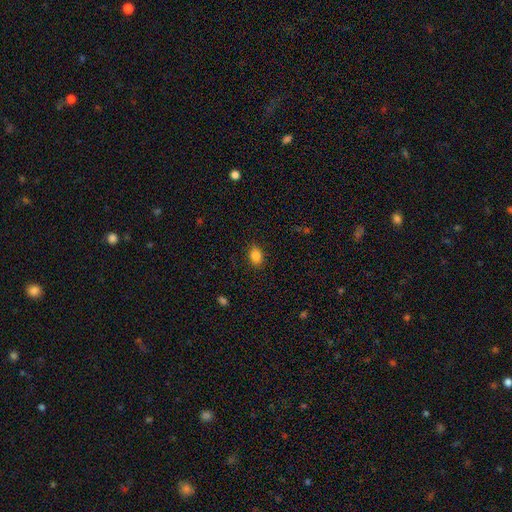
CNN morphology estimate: Overall: smooth (85%). How rounded: in between (70%). Merging: none (86%).